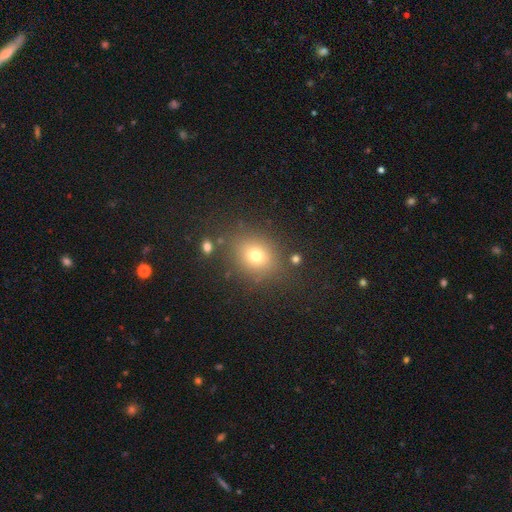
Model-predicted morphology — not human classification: smooth_or_featured: smooth (p=0.73) [alt: star or artifact p=0.16]
how_rounded: round (p=0.62) [alt: in between p=0.37]
merging: none (p=0.81) [alt: minor disturbance p=0.11]